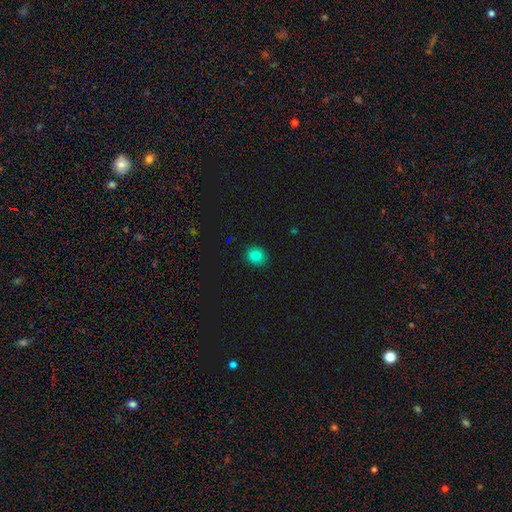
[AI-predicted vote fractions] smooth-or-featured: smooth: 81% | star or artifact: 13% | featured or disk: 6%
  how-rounded: round: 62% | in between: 37% | cigar-shaped: 1%
  merging: none: 88% | minor disturbance: 9% | major disturbance: 2% | merger: 1%